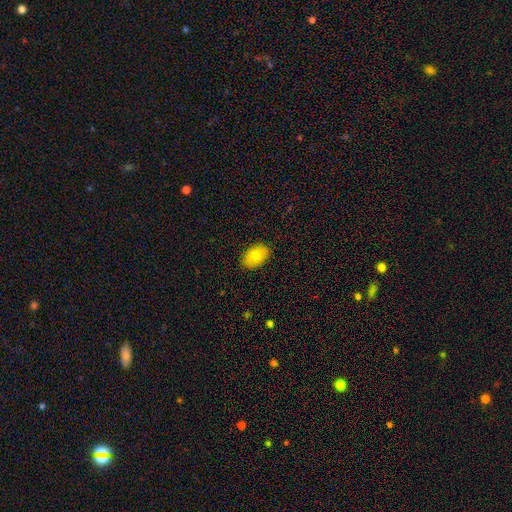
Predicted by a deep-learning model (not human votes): smooth-or-featured: smooth: 79% | featured or disk: 13% | star or artifact: 7%
  how-rounded: in between: 89% | round: 10% | cigar-shaped: 1%
  merging: none: 88% | minor disturbance: 9% | major disturbance: 2% | merger: 1%